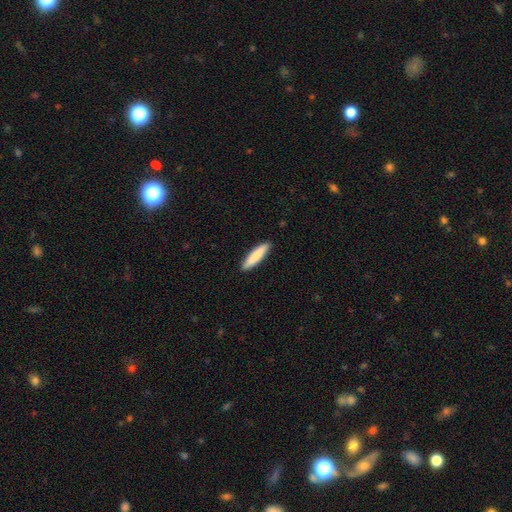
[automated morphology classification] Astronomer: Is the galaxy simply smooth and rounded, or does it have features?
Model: smooth — 85%.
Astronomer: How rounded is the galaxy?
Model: cigar-shaped — 83%.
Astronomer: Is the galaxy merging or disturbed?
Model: none — 91%.